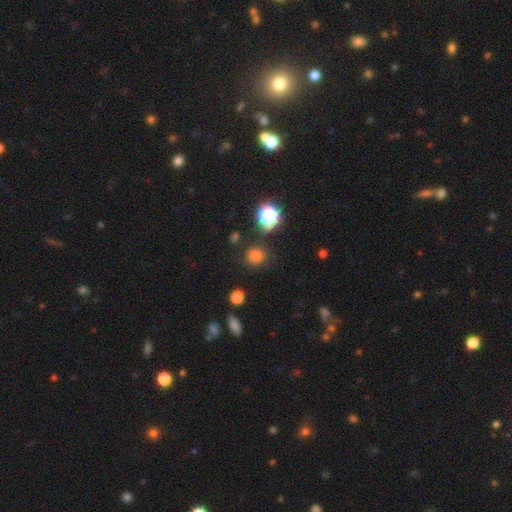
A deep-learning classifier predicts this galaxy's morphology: smooth_or_featured: smooth (p=0.75) [alt: star or artifact p=0.20]
how_rounded: round (p=0.87) [alt: in between p=0.12]
merging: none (p=0.80) [alt: minor disturbance p=0.12]